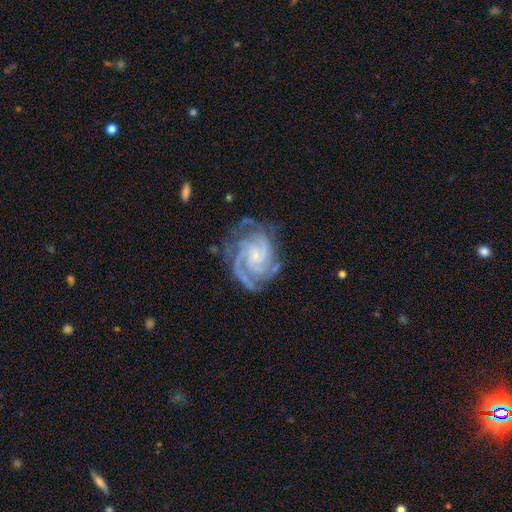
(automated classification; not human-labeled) featured or disk 91%, star or artifact 5%, smooth 4%. Down the decision tree: edge-on disk — no (98%); bar — no (62%); spiral arms — yes (98%); spiral arm count — 3 (35%); spiral winding — tight (66%); bulge size — small (70%); merging — none (69%).